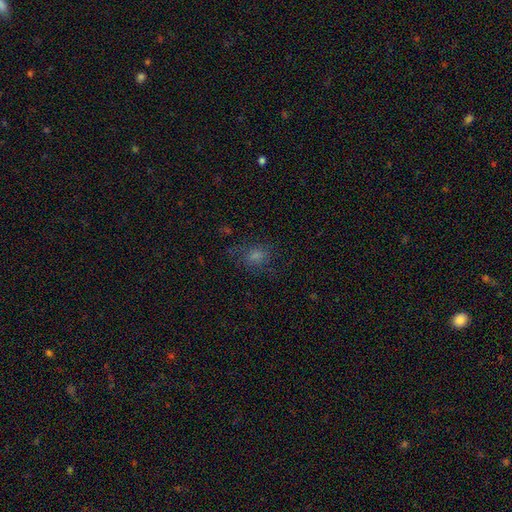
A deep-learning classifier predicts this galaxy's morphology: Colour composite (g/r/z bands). It shows a smooth galaxy with no disk features (48%). Merging: none (68%).